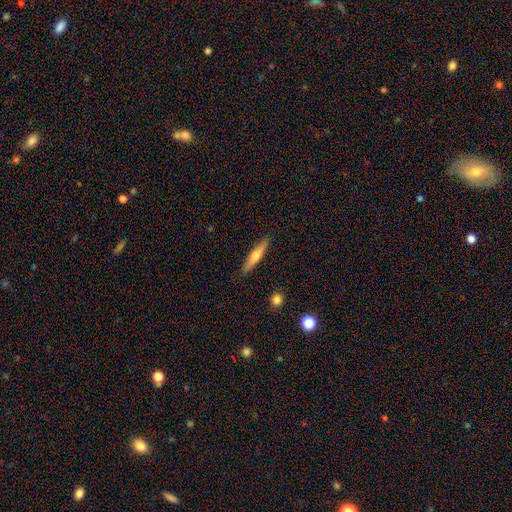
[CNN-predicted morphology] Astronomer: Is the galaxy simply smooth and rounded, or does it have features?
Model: smooth — 53% (runner-up: featured or disk, 42%).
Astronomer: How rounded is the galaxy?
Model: cigar-shaped — 89%.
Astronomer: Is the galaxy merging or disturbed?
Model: none — 90%.